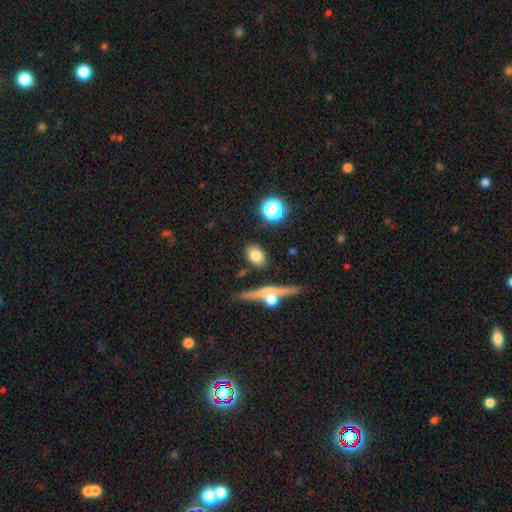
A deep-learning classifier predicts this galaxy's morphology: Q: Smooth or featured?
A: smooth (76%); runner-up: featured or disk (15%)
Q: How rounded?
A: in between (74%); runner-up: round (21%)
Q: Merging?
A: none (81%); runner-up: minor disturbance (11%)